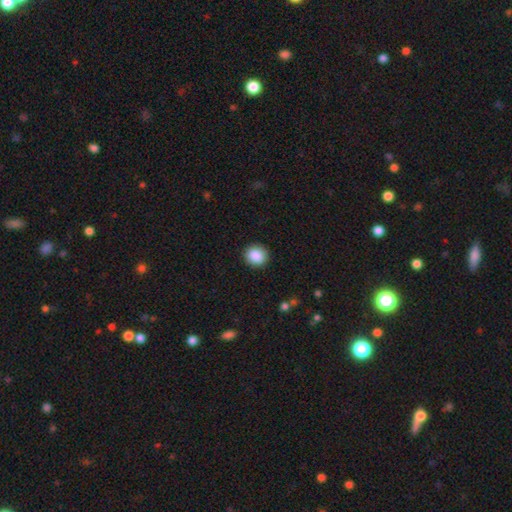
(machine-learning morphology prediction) Smooth or featured?
  - smooth: 89% *
  - star or artifact: 8%
  - featured or disk: 3%
How rounded?
  - round: 84% *
  - in between: 15%
  - cigar-shaped: 1%
Merging?
  - none: 91% *
  - minor disturbance: 6%
  - major disturbance: 2%
  - merger: 1%